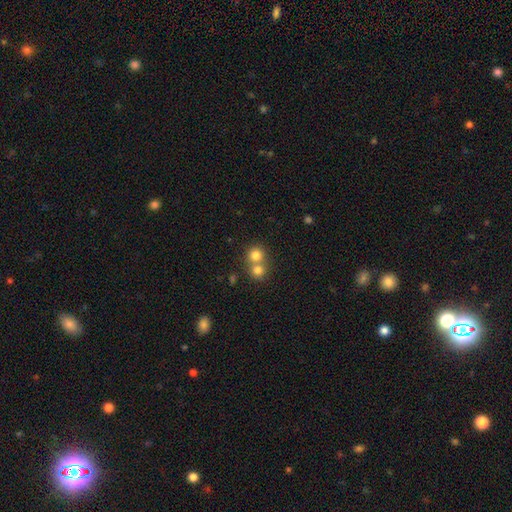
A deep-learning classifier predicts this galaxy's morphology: Overall: smooth (78%). How rounded: round (88%). Merging: merger (50%; none 43%).